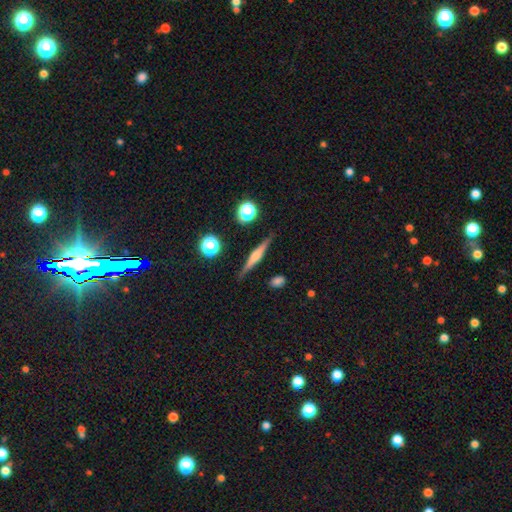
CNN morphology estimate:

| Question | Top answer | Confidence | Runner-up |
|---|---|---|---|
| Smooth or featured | featured or disk | 61% | smooth (31%) |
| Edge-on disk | yes | 97% | no (3%) |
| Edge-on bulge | rounded | 69% | boxy (18%) |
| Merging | none | 88% | minor disturbance (9%) |